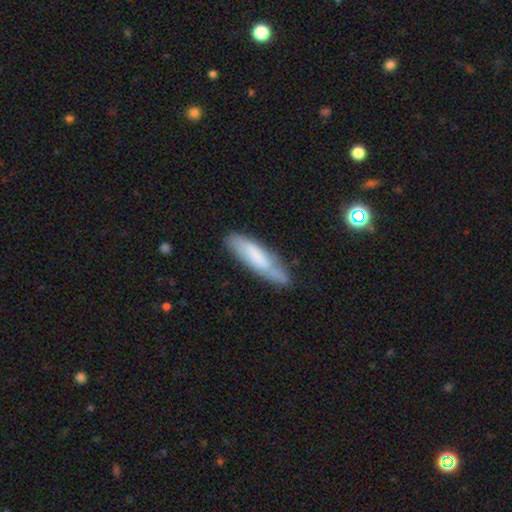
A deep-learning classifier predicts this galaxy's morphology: Smooth or featured: smooth — 66% (featured or disk — 27%)
How rounded: cigar-shaped — 71% (in between — 27%)
Merging: none — 68% (minor disturbance — 24%)